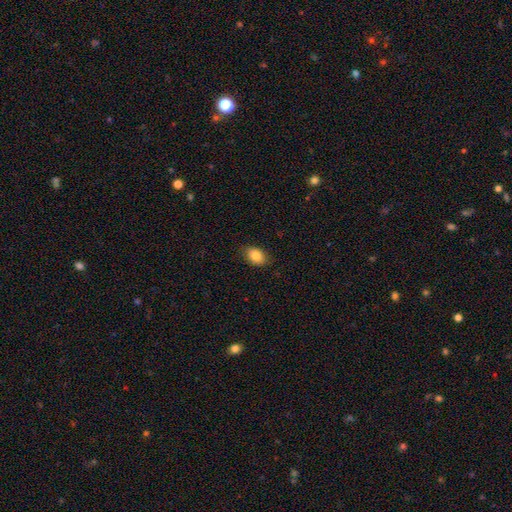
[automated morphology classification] type=smooth (85%); roundness=in between (84%); merging=none (85%).